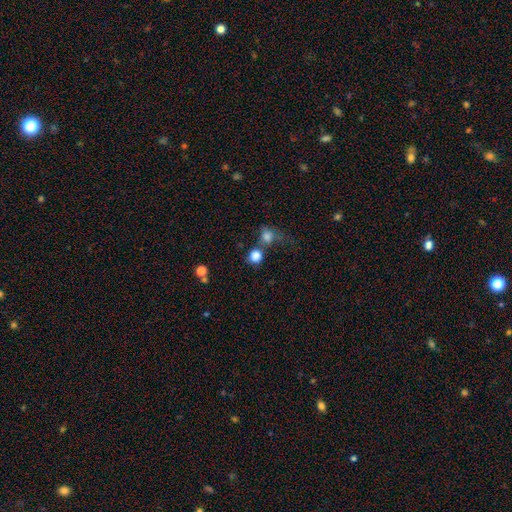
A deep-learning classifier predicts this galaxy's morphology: Smooth or featured?
  - smooth: 82% *
  - star or artifact: 12%
  - featured or disk: 6%
How rounded?
  - round: 84% *
  - in between: 14%
  - cigar-shaped: 1%
Merging?
  - none: 55% *
  - merger: 28%
  - minor disturbance: 10%
  - major disturbance: 7%